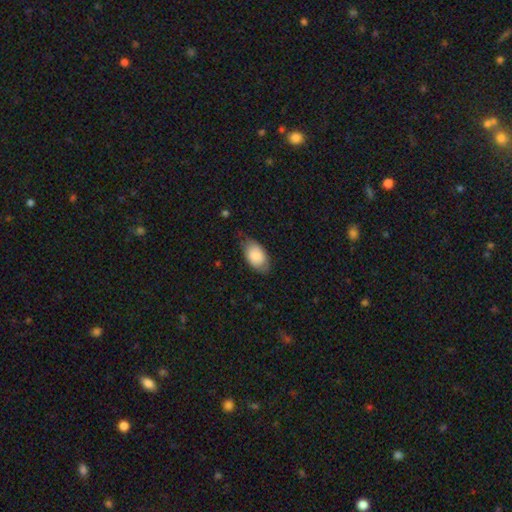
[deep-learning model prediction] Smooth or featured: smooth — 83% (featured or disk — 11%)
How rounded: in between — 94% (round — 4%)
Merging: none — 69% (minor disturbance — 25%)